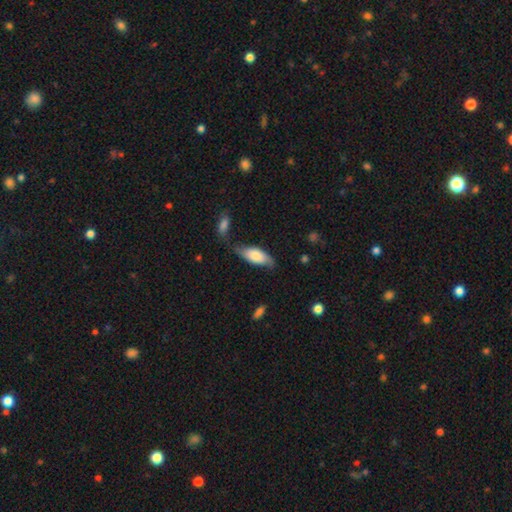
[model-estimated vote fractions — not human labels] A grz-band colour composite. It shows a smooth galaxy with no disk features (67%) that is in between round and cigar-shaped (80%). Merging: none (48%).